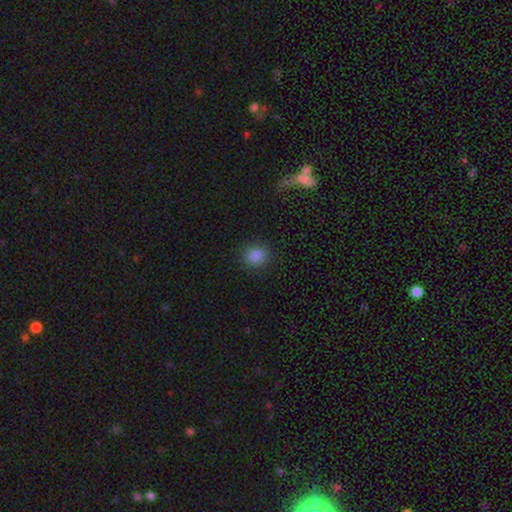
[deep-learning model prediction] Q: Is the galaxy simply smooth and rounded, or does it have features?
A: smooth — 86%.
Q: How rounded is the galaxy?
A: round — 69%.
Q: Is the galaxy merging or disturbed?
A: none — 87%.